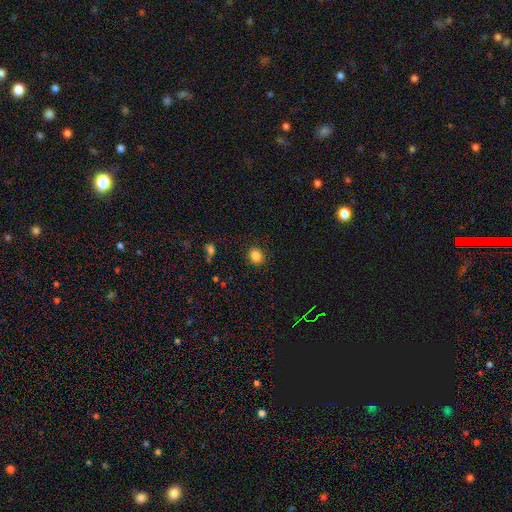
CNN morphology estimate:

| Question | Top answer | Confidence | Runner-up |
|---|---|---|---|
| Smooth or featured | smooth | 84% | star or artifact (12%) |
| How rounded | round | 85% | in between (14%) |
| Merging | none | 91% | minor disturbance (6%) |